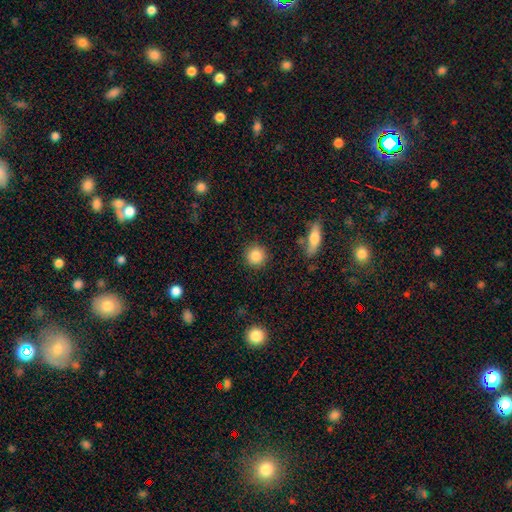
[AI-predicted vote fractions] This appears to be a smooth galaxy with no disk features (86%) that is round (93%). Merging: none (90%).